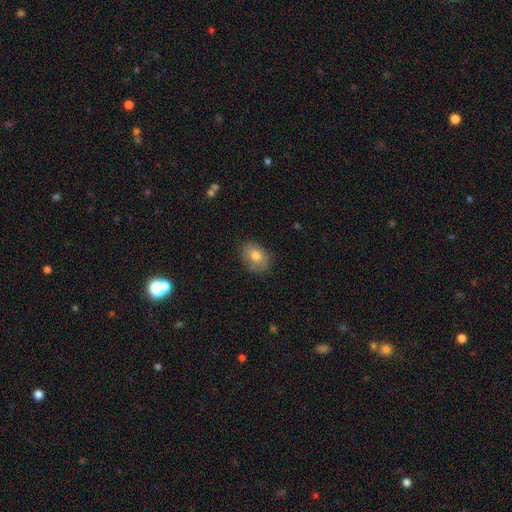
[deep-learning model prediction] Morphology: type=smooth (79%); roundness=in between (66%); merging=none (82%).